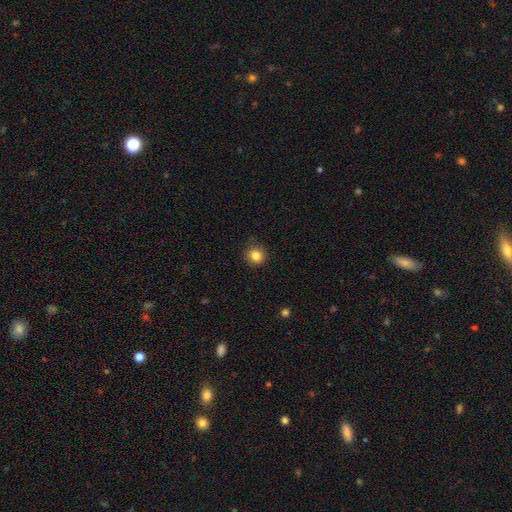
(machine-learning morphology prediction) Smooth or featured? smooth (84%)
How rounded? round (88%)
Merging? none (89%)